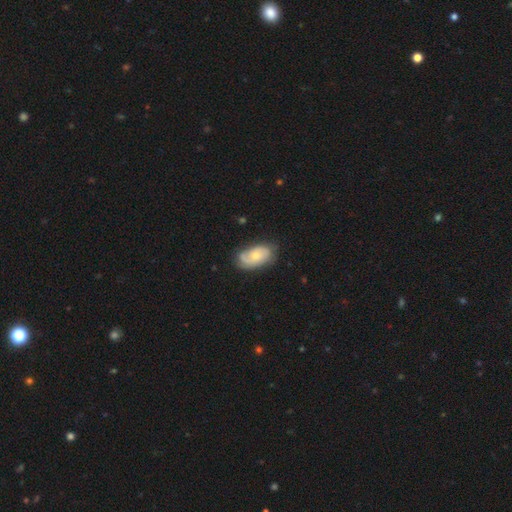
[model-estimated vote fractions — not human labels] smooth_or_featured: featured or disk (p=0.56) [alt: smooth p=0.38]
disk_edge_on: no (p=0.95) [alt: yes p=0.05]
bar: no (p=0.79) [alt: weak p=0.19]
has_spiral_arms: yes (p=0.81) [alt: no p=0.19]
bulge_size: small (p=0.53) [alt: moderate p=0.41]
merging: none (p=0.66) [alt: minor disturbance p=0.24]